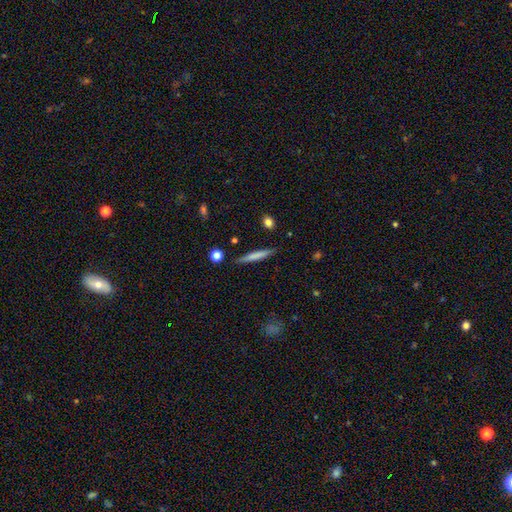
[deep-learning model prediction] smooth 70%, featured or disk 24%, star or artifact 6%. Down the decision tree: how rounded — cigar-shaped (94%); merging — none (88%).